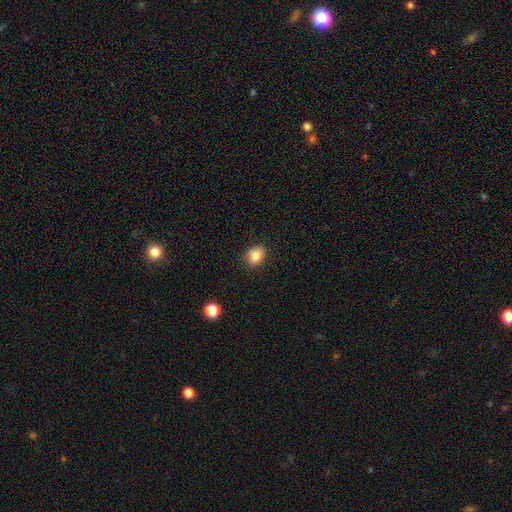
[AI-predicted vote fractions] Smooth or featured? Predicted: smooth (p=0.85). How rounded? Predicted: in between (p=0.54). Merging? Predicted: none (p=0.85).